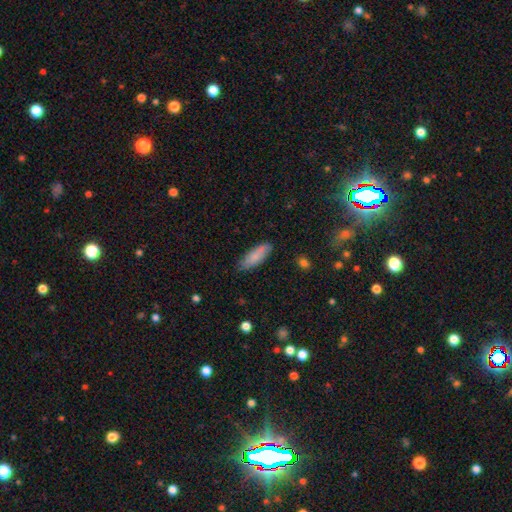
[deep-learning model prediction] This is clearly a smooth galaxy (83%). How rounded: possibly in between (58%). Merging: clearly none (83%).